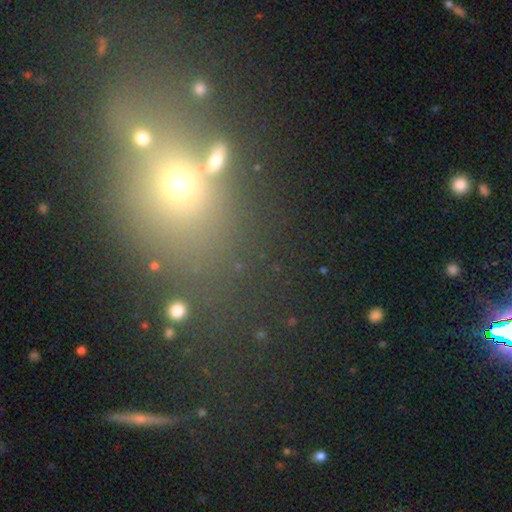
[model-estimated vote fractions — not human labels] Smooth or featured? Predicted: smooth (p=0.49). Merging? Predicted: none (p=0.65).